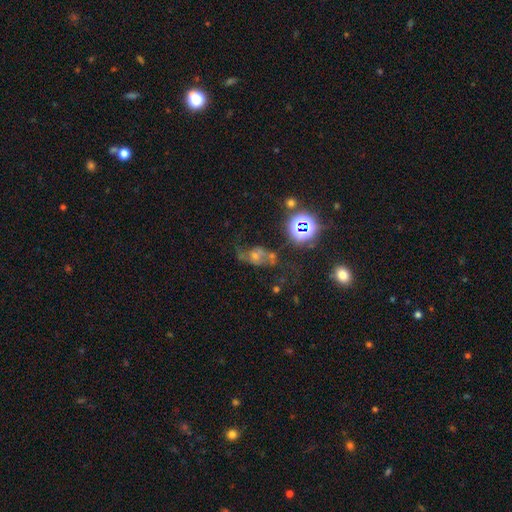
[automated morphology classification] Smooth or featured? Predicted: featured or disk (p=0.41). Merging? Predicted: none (p=0.44).